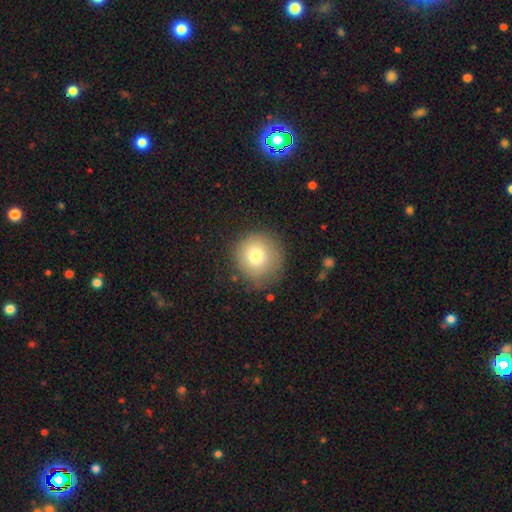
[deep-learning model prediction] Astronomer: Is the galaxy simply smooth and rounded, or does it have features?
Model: smooth — 76%.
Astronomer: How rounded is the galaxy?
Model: round — 94%.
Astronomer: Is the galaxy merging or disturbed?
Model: none — 80%.